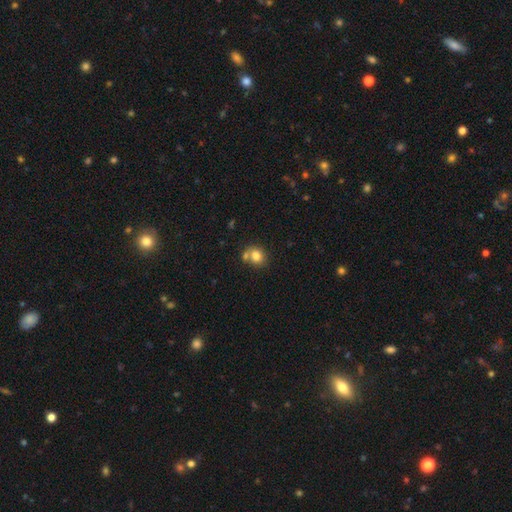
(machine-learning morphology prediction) A smooth galaxy with no disk features (80%) that is round (64%).

Vote fractions:
- Smooth or featured? smooth: 80% / star or artifact: 10% / featured or disk: 10%
- How rounded? round: 64% / in between: 35% / cigar-shaped: 1%
- Merging? none: 52% / merger: 31% / minor disturbance: 13% / major disturbance: 5%